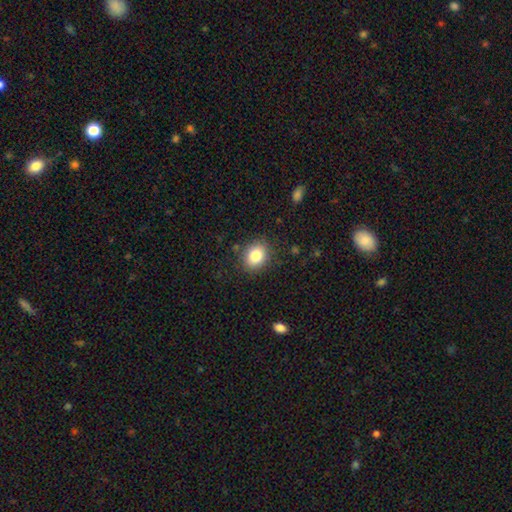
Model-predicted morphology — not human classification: Smooth or featured?
  - smooth: 83% *
  - star or artifact: 10%
  - featured or disk: 8%
How rounded?
  - round: 52% *
  - in between: 47%
  - cigar-shaped: 1%
Merging?
  - none: 85% *
  - minor disturbance: 10%
  - major disturbance: 3%
  - merger: 1%